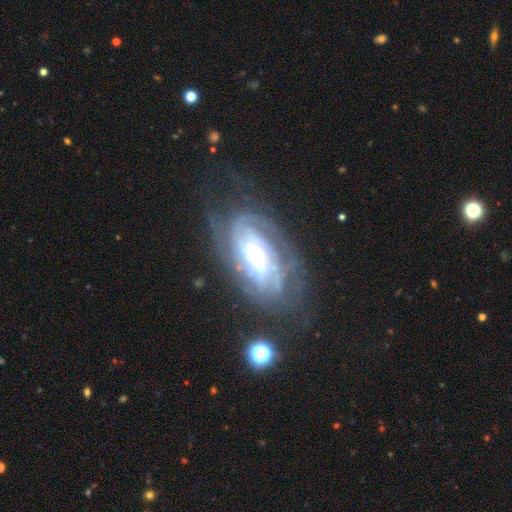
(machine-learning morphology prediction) featured or disk 85%, smooth 9%, star or artifact 6%. Down the decision tree: edge-on disk — no (95%); bar — no (58%); spiral arms — yes (93%); spiral arm count — can't tell (39%); spiral winding — tight (68%); bulge size — moderate (58%); merging — none (60%).